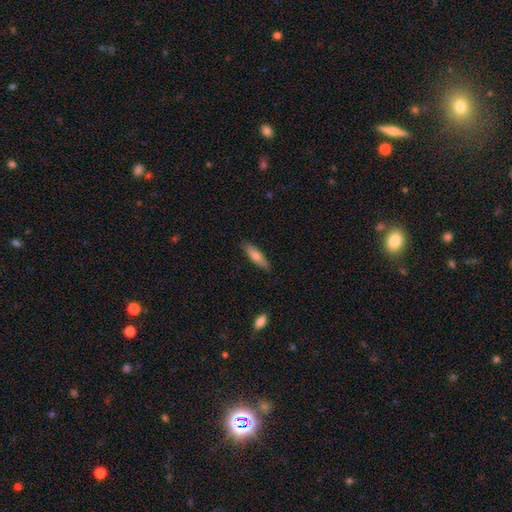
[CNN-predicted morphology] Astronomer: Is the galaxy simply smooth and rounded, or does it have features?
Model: smooth — 69%.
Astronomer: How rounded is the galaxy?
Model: cigar-shaped — 67%.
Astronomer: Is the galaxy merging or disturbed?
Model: none — 86%.